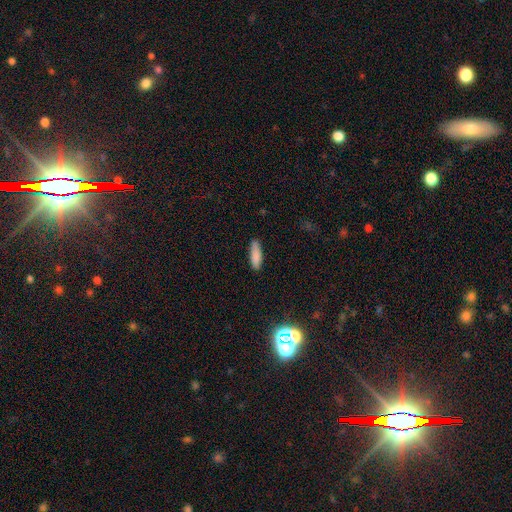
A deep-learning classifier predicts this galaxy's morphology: Smooth or featured?
  - smooth: 86% *
  - star or artifact: 7%
  - featured or disk: 7%
How rounded?
  - cigar-shaped: 56% *
  - in between: 43%
  - round: 2%
Merging?
  - none: 82% *
  - minor disturbance: 14%
  - major disturbance: 3%
  - merger: 1%